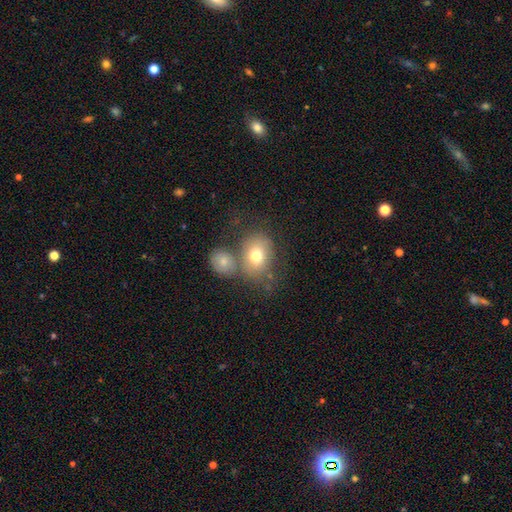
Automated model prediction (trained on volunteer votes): Smooth or featured?
  - smooth: 72% *
  - featured or disk: 18%
  - star or artifact: 10%
How rounded?
  - in between: 56% *
  - round: 43%
  - cigar-shaped: 1%
Merging?
  - none: 49% *
  - merger: 29%
  - minor disturbance: 15%
  - major disturbance: 8%